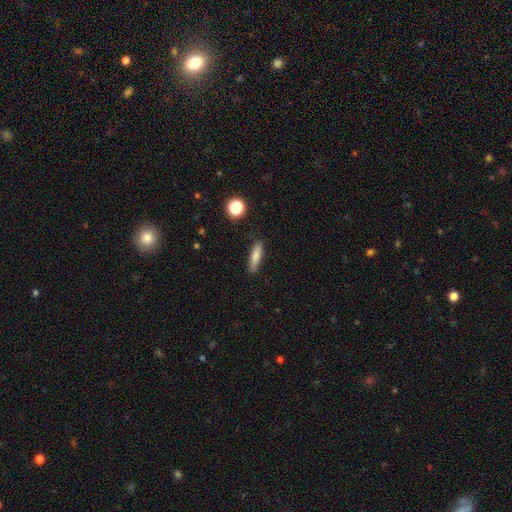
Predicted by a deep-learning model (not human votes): smooth-or-featured: smooth: 77% | featured or disk: 15% | star or artifact: 9%
  how-rounded: cigar-shaped: 69% | in between: 28% | round: 3%
  merging: none: 85% | minor disturbance: 11% | major disturbance: 2% | merger: 2%